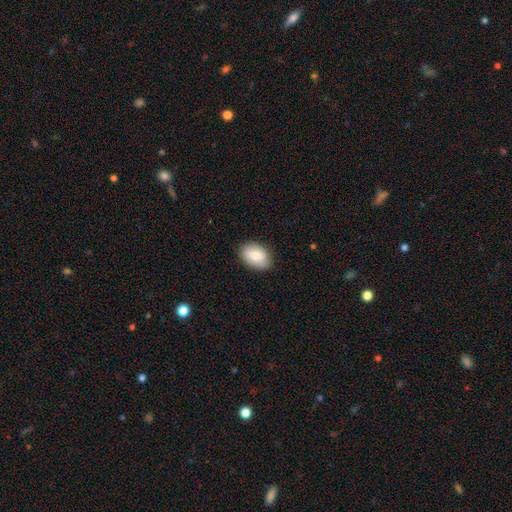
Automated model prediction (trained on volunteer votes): smooth 76%, featured or disk 18%, star or artifact 7%. Down the decision tree: how rounded — in between (85%); merging — none (85%).